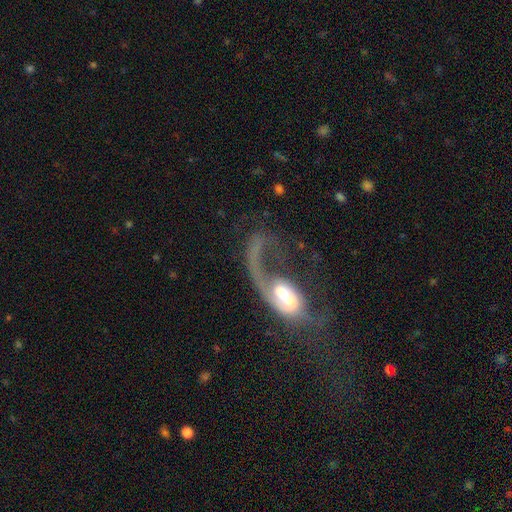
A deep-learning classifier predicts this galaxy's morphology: Q: Smooth or featured?
A: featured or disk (70%); runner-up: smooth (20%)
Q: Edge-on disk?
A: no (93%); runner-up: yes (7%)
Q: Bar?
A: no (61%); runner-up: weak (27%)
Q: Spiral arms?
A: yes (76%); runner-up: no (24%)
Q: Bulge size?
A: moderate (45%); runner-up: large (30%)
Q: Merging?
A: major disturbance (60%); runner-up: none (20%)